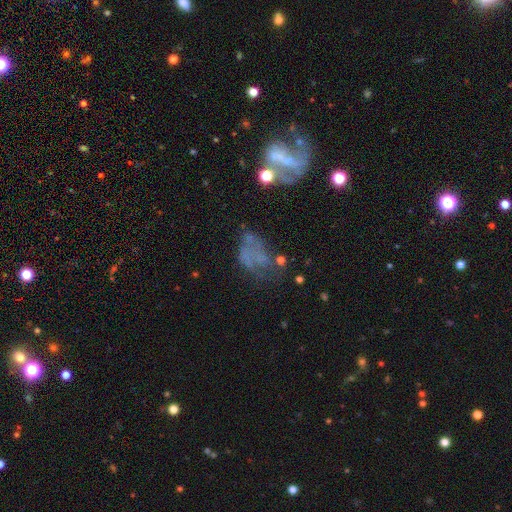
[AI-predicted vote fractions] featured or disk 47%, smooth 30%, star or artifact 23%. Down the decision tree: merging — major disturbance (35%).